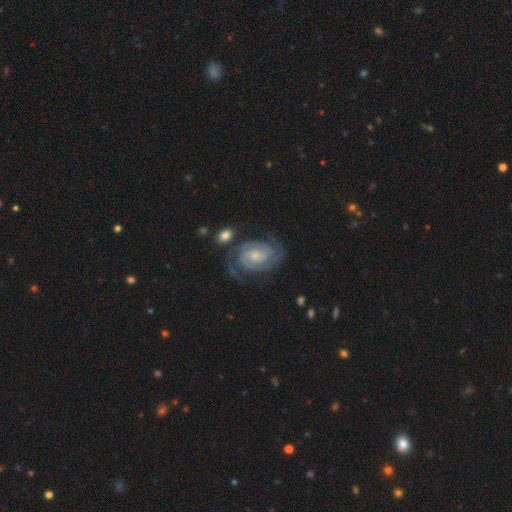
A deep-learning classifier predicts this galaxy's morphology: This is clearly a featured or disk galaxy (88%). It is clearly not viewed edge-on (98%). Bar: likely no (65%). Spiral arm pattern: clearly yes (97%). Spiral arm count: likely 2 (70%). Spiral winding: likely tight (70%). Central bulge: possibly small (58%). Merging: likely none (71%).